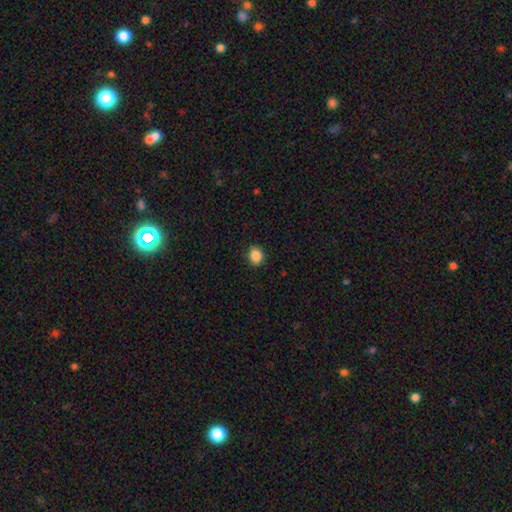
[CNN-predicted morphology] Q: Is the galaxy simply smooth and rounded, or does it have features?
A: smooth — 87%.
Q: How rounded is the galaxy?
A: round — 67%.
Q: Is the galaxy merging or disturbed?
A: none — 89%.